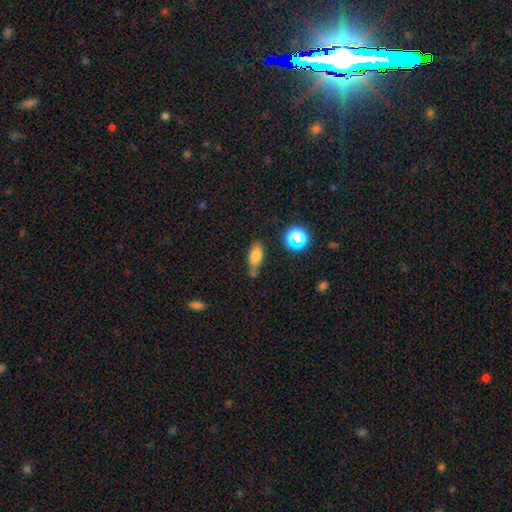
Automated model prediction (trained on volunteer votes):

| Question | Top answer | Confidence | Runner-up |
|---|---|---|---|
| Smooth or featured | smooth | 73% | star or artifact (14%) |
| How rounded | in between | 77% | cigar-shaped (14%) |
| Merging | none | 56% | minor disturbance (24%) |